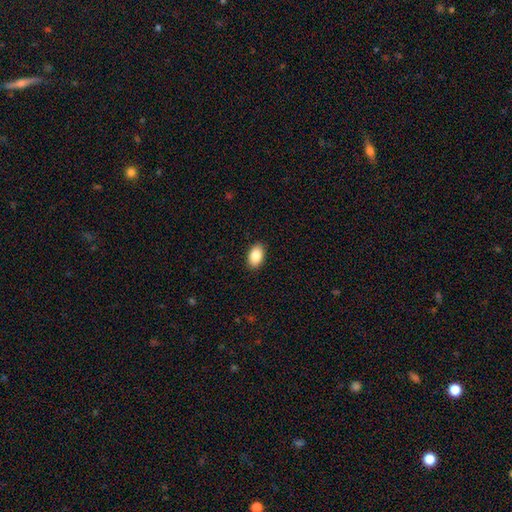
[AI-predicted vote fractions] A smooth galaxy with no disk features (88%) that is in between round and cigar-shaped (92%).

Vote fractions:
- Smooth or featured? smooth: 88% / star or artifact: 7% / featured or disk: 5%
- How rounded? in between: 92% / round: 7% / cigar-shaped: 1%
- Merging? none: 89% / minor disturbance: 8% / major disturbance: 2% / merger: 1%